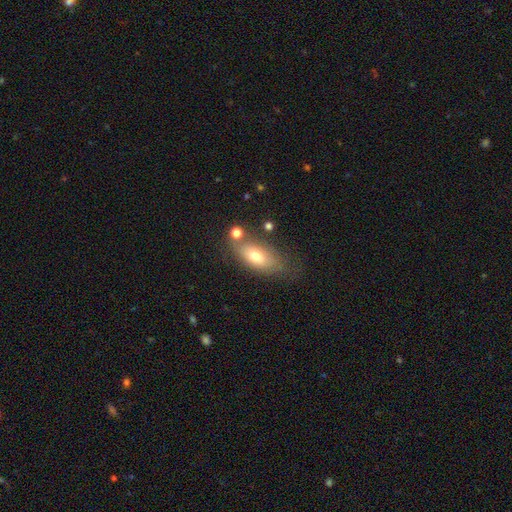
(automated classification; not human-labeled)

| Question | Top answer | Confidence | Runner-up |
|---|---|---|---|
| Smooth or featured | smooth | 67% | featured or disk (24%) |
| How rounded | in between | 82% | cigar-shaped (12%) |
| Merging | none | 59% | minor disturbance (20%) |